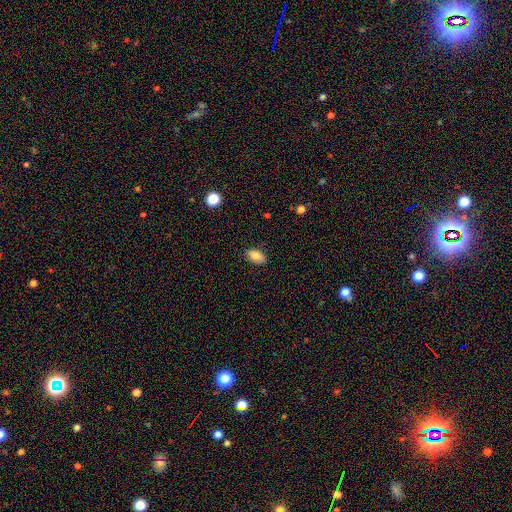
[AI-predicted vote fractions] Smooth or featured? Predicted: smooth (p=0.85). How rounded? Predicted: in between (p=0.92). Merging? Predicted: none (p=0.86).